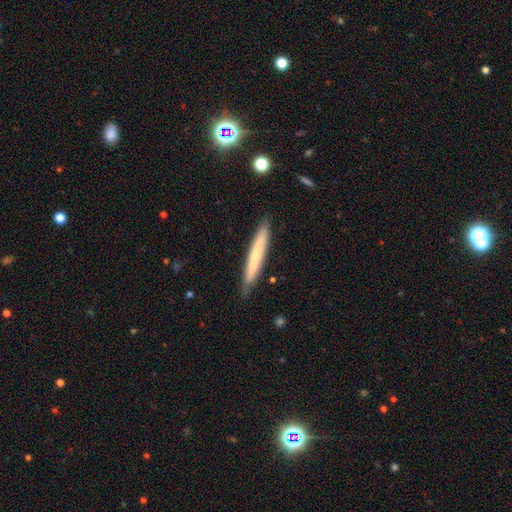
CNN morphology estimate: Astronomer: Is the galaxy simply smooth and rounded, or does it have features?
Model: smooth — 54% (runner-up: featured or disk, 40%).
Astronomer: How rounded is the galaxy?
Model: cigar-shaped — 95%.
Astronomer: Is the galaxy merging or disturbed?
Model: none — 87%.